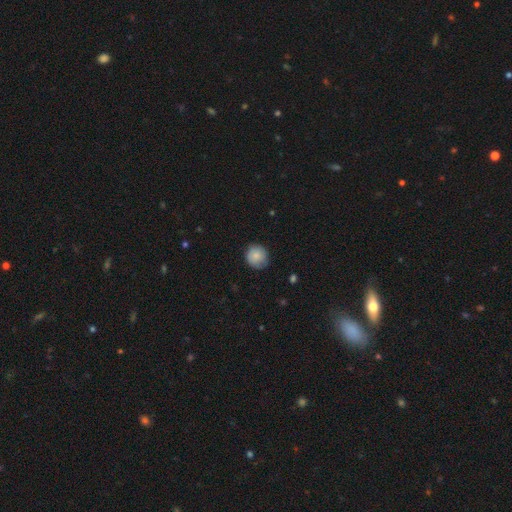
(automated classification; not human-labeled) This is clearly a smooth galaxy (84%). How rounded: clearly round (91%). Merging: clearly none (81%).